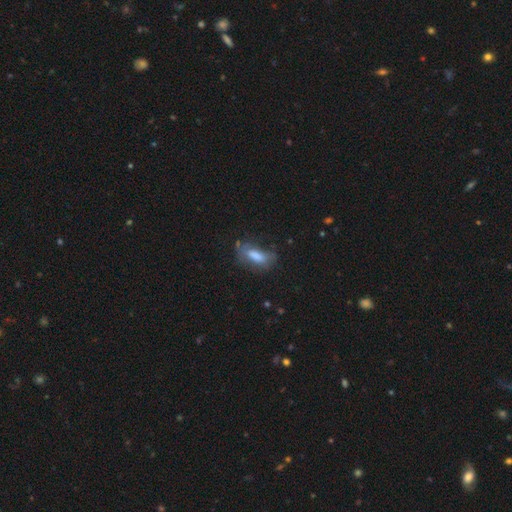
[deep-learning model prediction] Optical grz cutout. It shows a smooth galaxy with no disk features (69%) that is in between round and cigar-shaped (70%). Merging: none (50%).